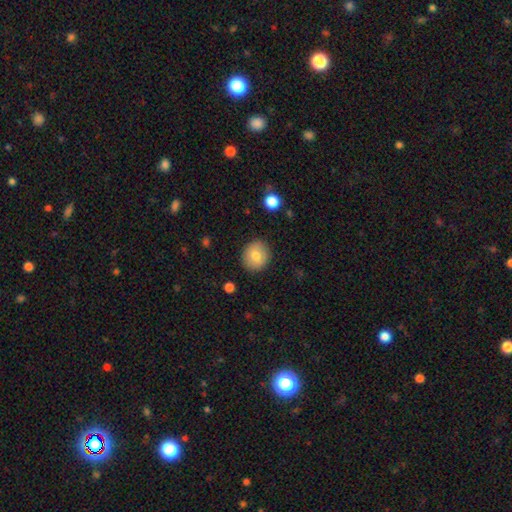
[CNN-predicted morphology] This appears to be a smooth galaxy with no disk features (79%) that is round (82%). Merging: none (89%).